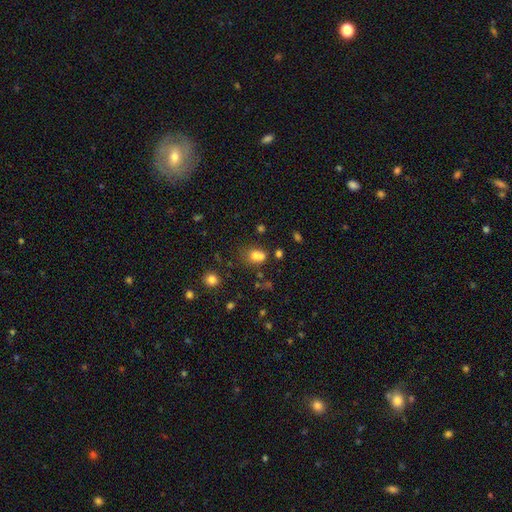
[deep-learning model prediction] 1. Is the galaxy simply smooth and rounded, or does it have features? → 71% smooth, 16% star or artifact, 13% featured or disk.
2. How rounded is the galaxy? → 56% round, 43% in between, 1% cigar-shaped.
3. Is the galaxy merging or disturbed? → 45% merger, 36% none, 12% minor disturbance, 7% major disturbance.